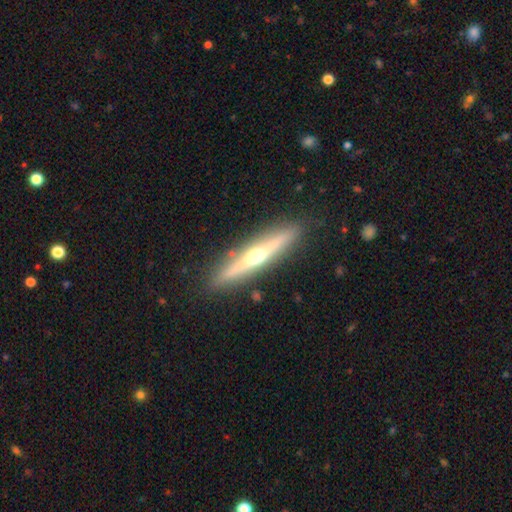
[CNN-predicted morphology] type=featured or disk (65%); edge-on=yes (94%); edge-on bulge=rounded (92%); merging=none (89%).